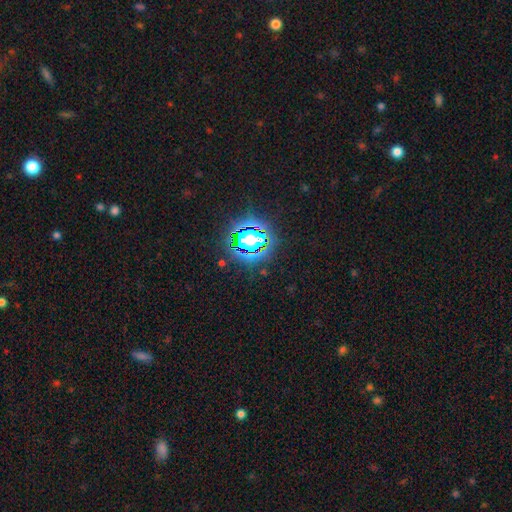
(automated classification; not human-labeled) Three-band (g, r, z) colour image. It shows a star or artifact, not a galaxy (84%).